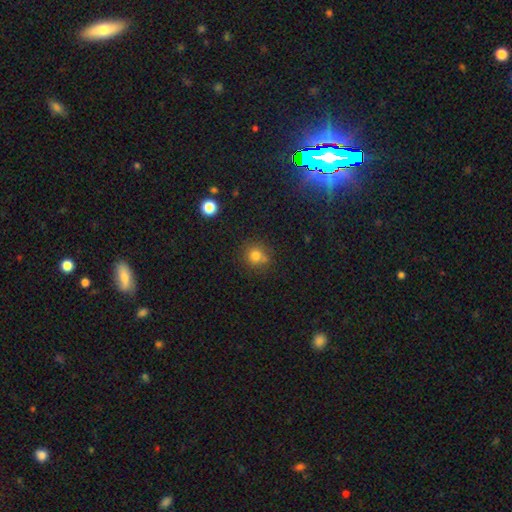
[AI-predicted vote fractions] Smooth or featured? smooth (79%)
How rounded? round (83%)
Merging? none (72%)